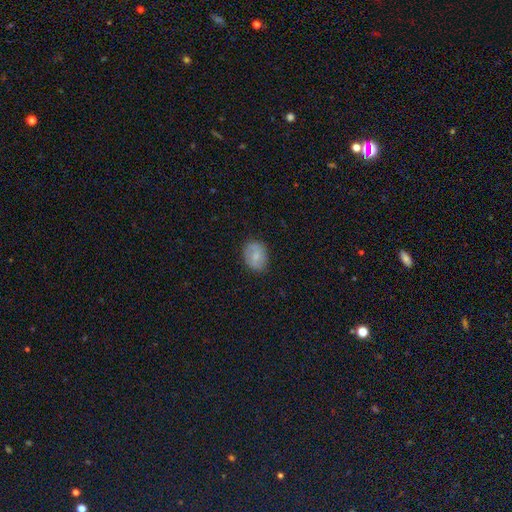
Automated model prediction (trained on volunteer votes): Morphology: type=smooth (74%); roundness=in between (65%); merging=none (83%).